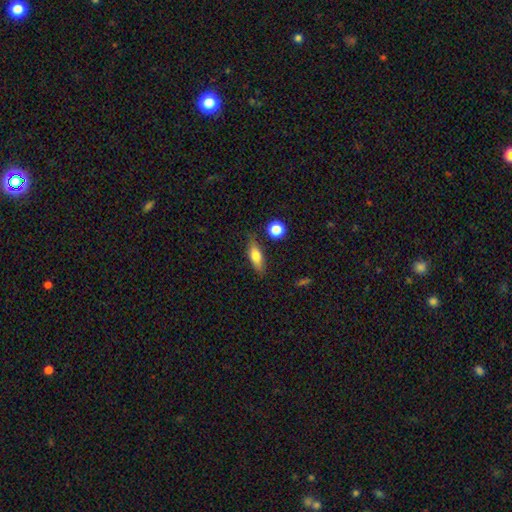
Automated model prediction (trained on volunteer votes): This is likely a smooth galaxy (66%). How rounded: possibly in between (58%). Merging: likely none (76%).